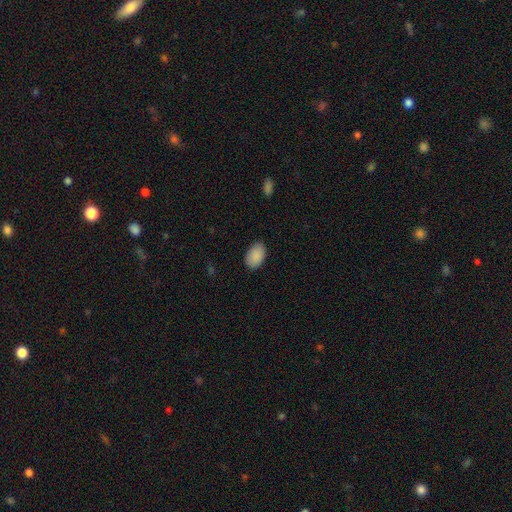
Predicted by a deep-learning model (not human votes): Morphology: type=smooth (90%); roundness=in between (91%); merging=none (86%).